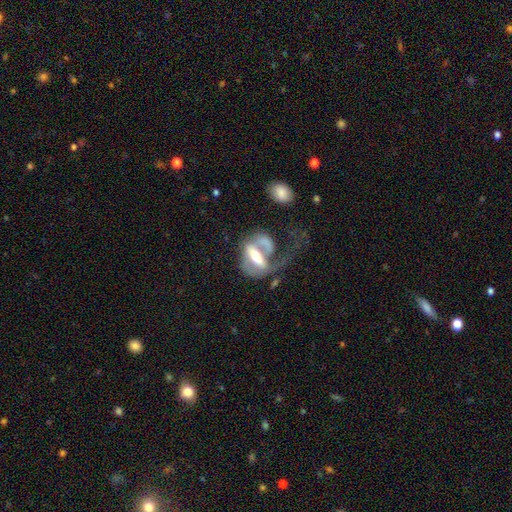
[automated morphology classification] This appears to be a featured or disk galaxy (70%) with a strong bar (57%), spiral arms (60%) and a moderate central bulge (62%). Merging: major disturbance (52%).